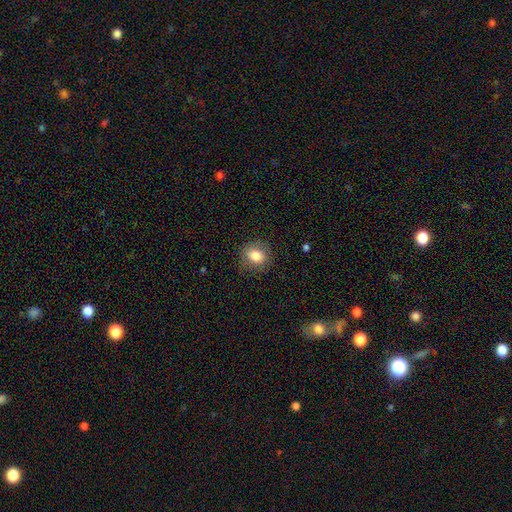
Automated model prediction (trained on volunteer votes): The model was most divided on "how rounded": round: 69%, in between: 30%, cigar-shaped: 1%. More confident: merging — none (83%); smooth or featured — smooth (81%).